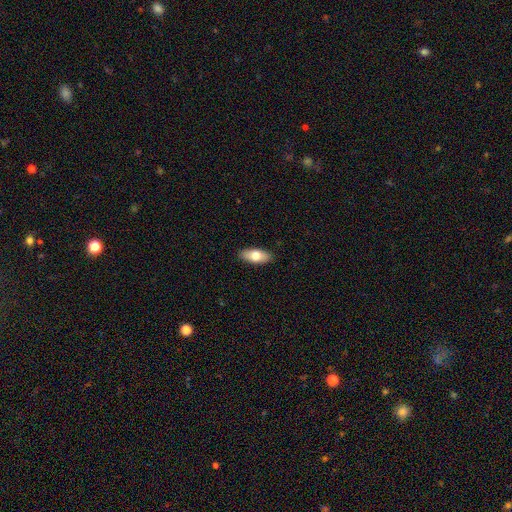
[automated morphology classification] Overall: smooth (75%). How rounded: in between (85%). Merging: none (89%).